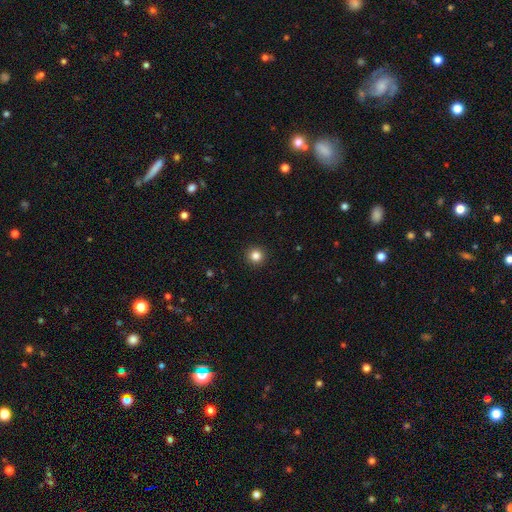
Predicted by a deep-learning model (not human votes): This appears to be a smooth galaxy with no disk features (84%) that is round (95%). Merging: none (93%).